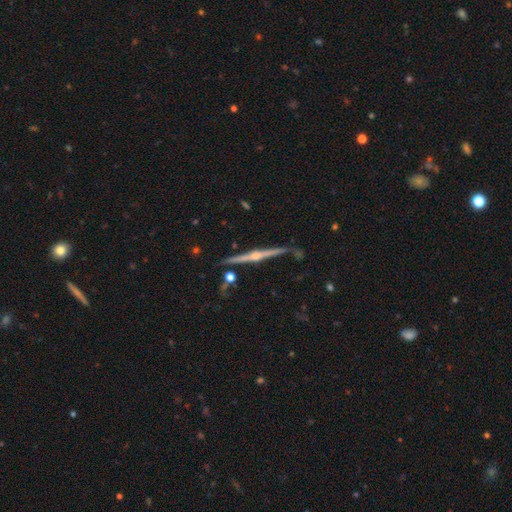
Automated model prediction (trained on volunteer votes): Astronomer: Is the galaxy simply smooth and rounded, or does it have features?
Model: featured or disk — 87%.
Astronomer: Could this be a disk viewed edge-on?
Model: yes — 98%.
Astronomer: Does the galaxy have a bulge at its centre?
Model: rounded — 90%.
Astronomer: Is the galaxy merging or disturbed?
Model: none — 84%.